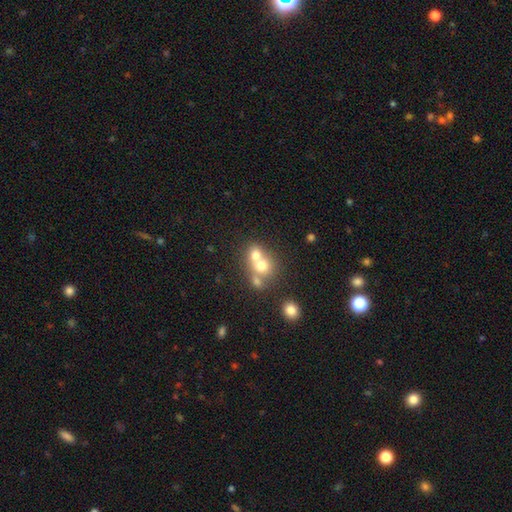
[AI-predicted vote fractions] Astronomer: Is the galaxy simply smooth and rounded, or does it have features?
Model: smooth — 67%.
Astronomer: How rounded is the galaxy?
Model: round — 73%.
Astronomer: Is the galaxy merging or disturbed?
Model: merger — 64%.